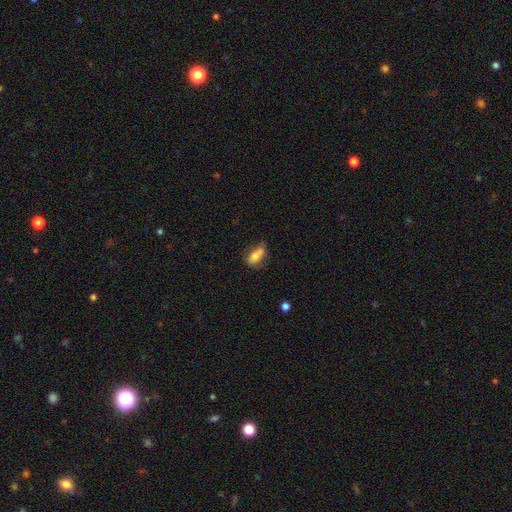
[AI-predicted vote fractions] Smooth or featured: smooth — 74% (featured or disk — 17%)
How rounded: in between — 83% (cigar-shaped — 12%)
Merging: none — 41% (minor disturbance — 33%)